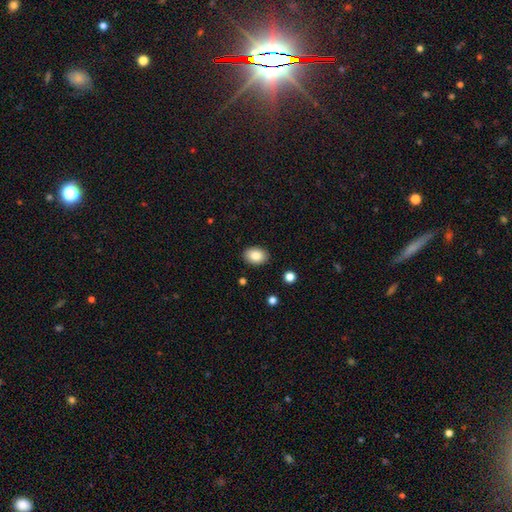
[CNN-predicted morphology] Smooth or featured?
  - smooth: 85% *
  - star or artifact: 8%
  - featured or disk: 7%
How rounded?
  - in between: 76% *
  - round: 23%
  - cigar-shaped: 1%
Merging?
  - none: 89% *
  - minor disturbance: 8%
  - major disturbance: 2%
  - merger: 1%